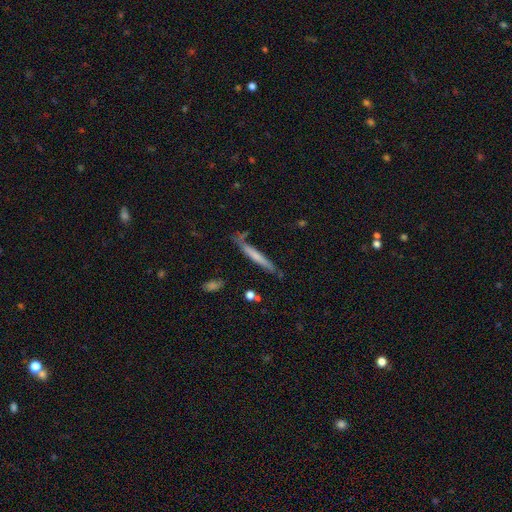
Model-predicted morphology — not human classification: Smooth or featured?
  - smooth: 59% *
  - featured or disk: 34%
  - star or artifact: 6%
How rounded?
  - cigar-shaped: 95% *
  - in between: 4%
  - round: 1%
Merging?
  - none: 75% *
  - minor disturbance: 16%
  - merger: 5%
  - major disturbance: 4%